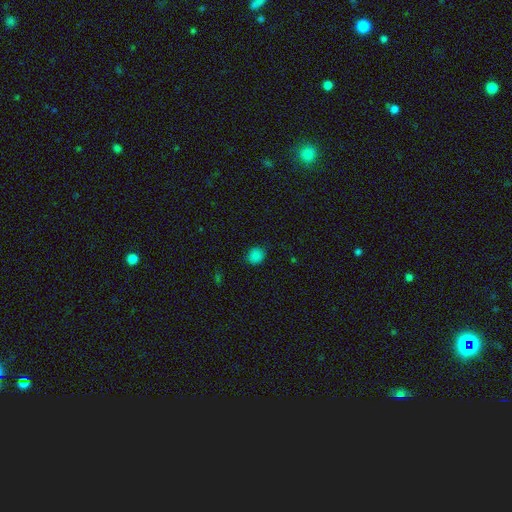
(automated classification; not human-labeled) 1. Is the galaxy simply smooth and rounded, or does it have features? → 82% smooth, 14% star or artifact, 3% featured or disk.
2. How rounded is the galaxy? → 72% round, 27% in between, 1% cigar-shaped.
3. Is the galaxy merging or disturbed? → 82% none, 14% minor disturbance, 3% major disturbance, 1% merger.